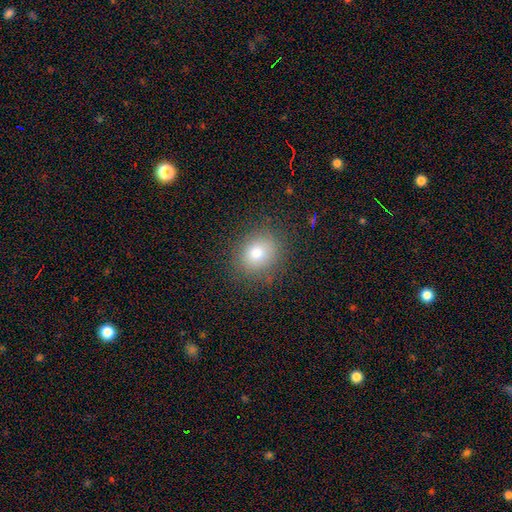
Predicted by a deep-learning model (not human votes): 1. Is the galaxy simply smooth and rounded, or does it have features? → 78% smooth, 13% star or artifact, 10% featured or disk.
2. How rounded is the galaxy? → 69% round, 30% in between, 1% cigar-shaped.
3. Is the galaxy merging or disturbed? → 84% none, 10% minor disturbance, 4% major disturbance, 1% merger.